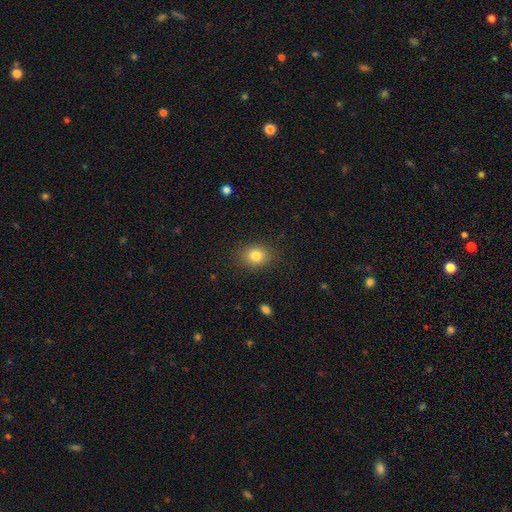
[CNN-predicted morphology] smooth_or_featured: smooth (p=0.82) [alt: star or artifact p=0.10]
how_rounded: round (p=0.52) [alt: in between p=0.47]
merging: none (p=0.87) [alt: minor disturbance p=0.09]